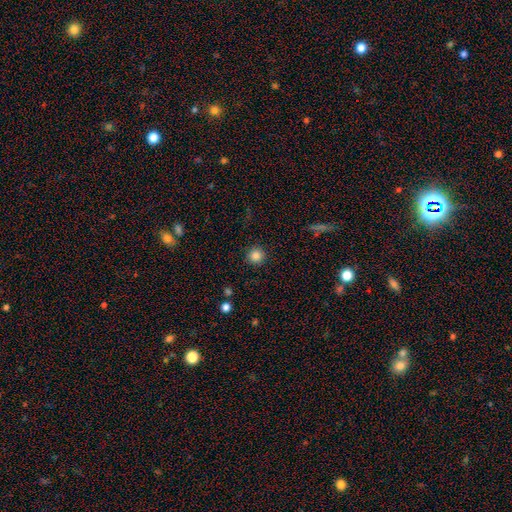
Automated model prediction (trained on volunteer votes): A smooth galaxy with no disk features (85%) that is round (95%).

Vote fractions:
- Smooth or featured? smooth: 85% / star or artifact: 11% / featured or disk: 4%
- How rounded? round: 95% / in between: 4% / cigar-shaped: 1%
- Merging? none: 91% / minor disturbance: 6% / major disturbance: 2% / merger: 1%